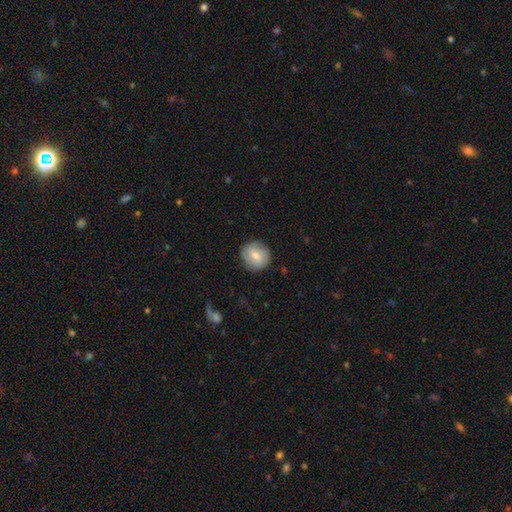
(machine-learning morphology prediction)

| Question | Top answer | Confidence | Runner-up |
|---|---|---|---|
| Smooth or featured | smooth | 66% | featured or disk (27%) |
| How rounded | round | 91% | in between (8%) |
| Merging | none | 86% | minor disturbance (10%) |